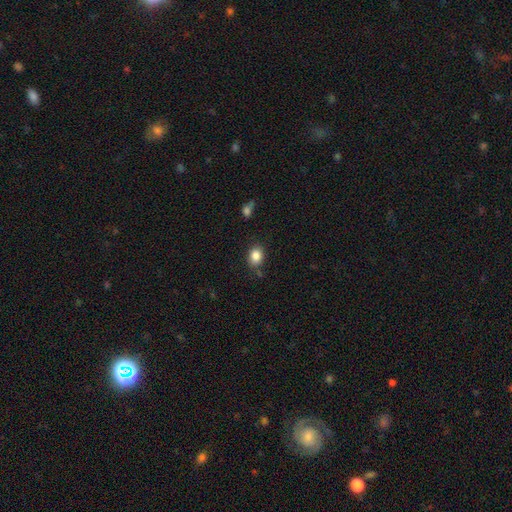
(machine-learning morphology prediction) A smooth galaxy with no disk features (85%) that is in between round and cigar-shaped (60%). Merging: none (78%).